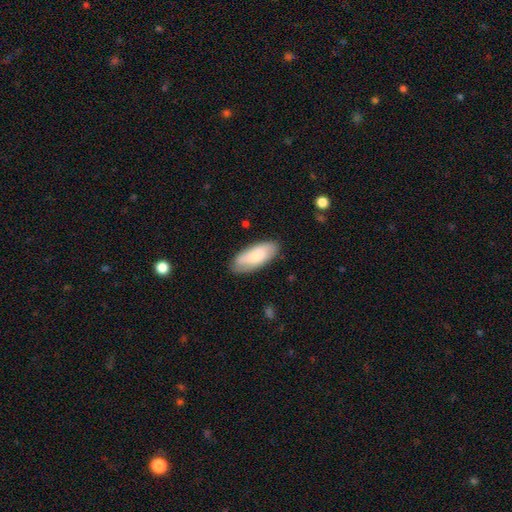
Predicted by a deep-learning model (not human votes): smooth-or-featured: smooth: 70% | featured or disk: 24% | star or artifact: 6%
  how-rounded: in between: 82% | cigar-shaped: 17% | round: 2%
  merging: none: 81% | minor disturbance: 14% | major disturbance: 3% | merger: 1%